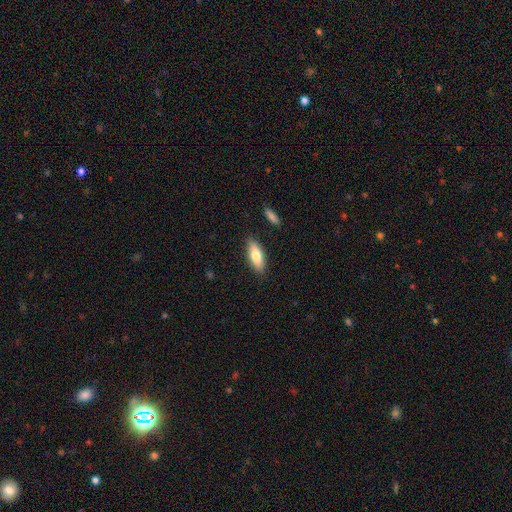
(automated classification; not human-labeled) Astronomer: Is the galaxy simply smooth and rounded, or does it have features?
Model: smooth — 73%.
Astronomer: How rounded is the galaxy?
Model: in between — 70%.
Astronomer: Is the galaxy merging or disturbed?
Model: none — 85%.